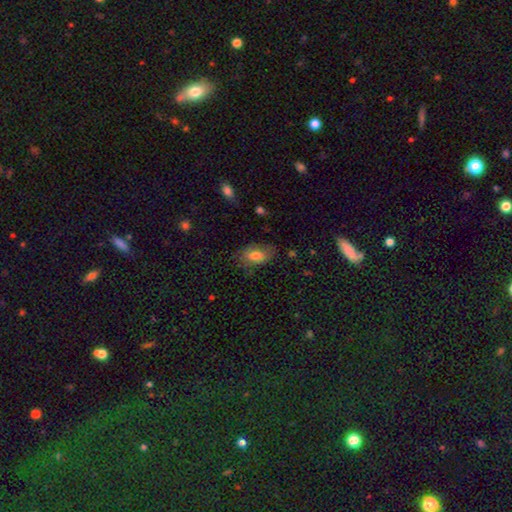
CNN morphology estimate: This appears to be a smooth galaxy with no disk features (76%) that is in between round and cigar-shaped (90%). Merging: none (67%).